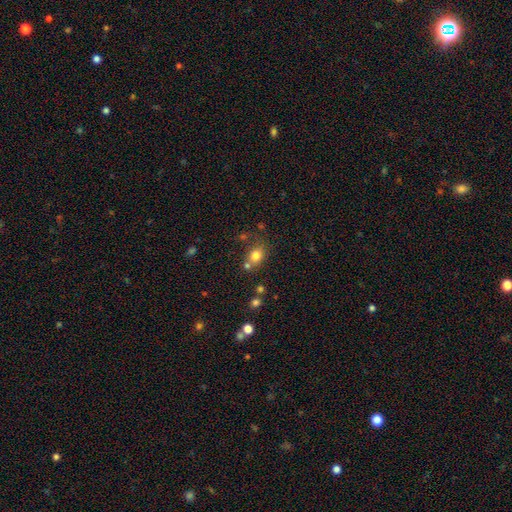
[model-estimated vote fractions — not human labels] Morphology: type=smooth (78%); roundness=round (54%); merging=none (57%).